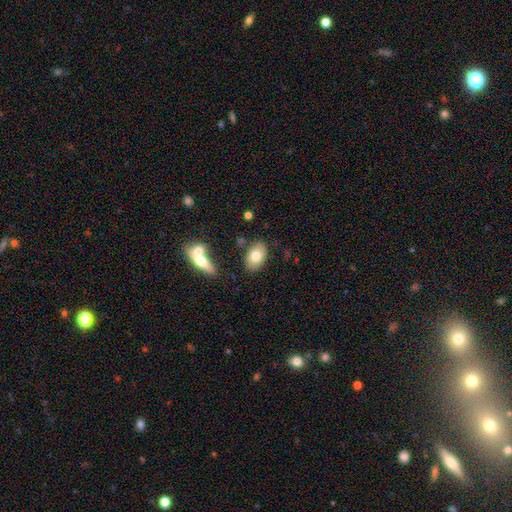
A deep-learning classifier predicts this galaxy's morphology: Smooth or featured? smooth (76%)
How rounded? in between (90%)
Merging? none (80%)